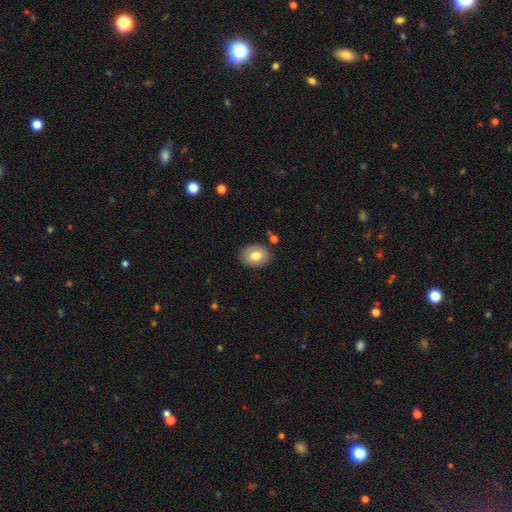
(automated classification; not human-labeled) smooth_or_featured: smooth (p=0.76) [alt: featured or disk p=0.16]
how_rounded: in between (p=0.58) [alt: round p=0.41]
merging: none (p=0.85) [alt: minor disturbance p=0.10]